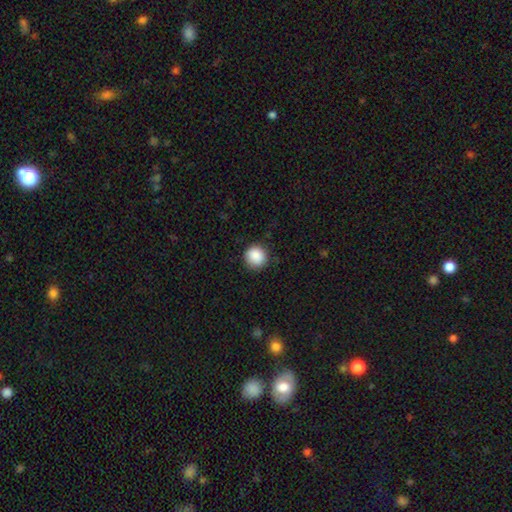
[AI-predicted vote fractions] Q: Smooth or featured?
A: smooth (88%); runner-up: star or artifact (9%)
Q: How rounded?
A: round (93%); runner-up: in between (6%)
Q: Merging?
A: none (87%); runner-up: minor disturbance (10%)